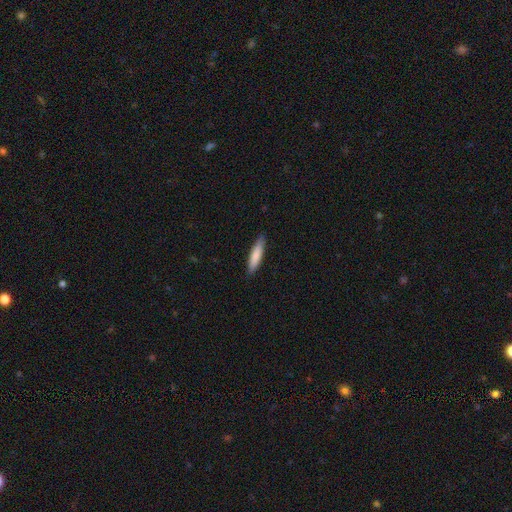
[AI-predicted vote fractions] Smooth or featured?
  - smooth: 81% *
  - featured or disk: 14%
  - star or artifact: 5%
How rounded?
  - cigar-shaped: 81% *
  - in between: 17%
  - round: 1%
Merging?
  - none: 88% *
  - minor disturbance: 9%
  - major disturbance: 2%
  - merger: 1%